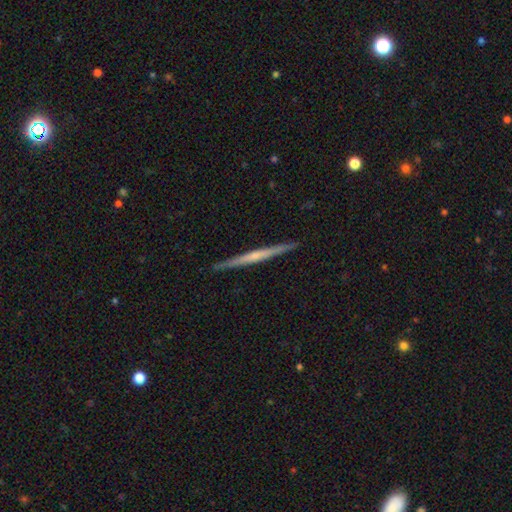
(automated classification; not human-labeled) The model was most divided on "edge-on bulge": none: 56%, rounded: 36%, boxy: 8%. More confident: edge-on disk — yes (98%); merging — none (92%); smooth or featured — featured or disk (64%).